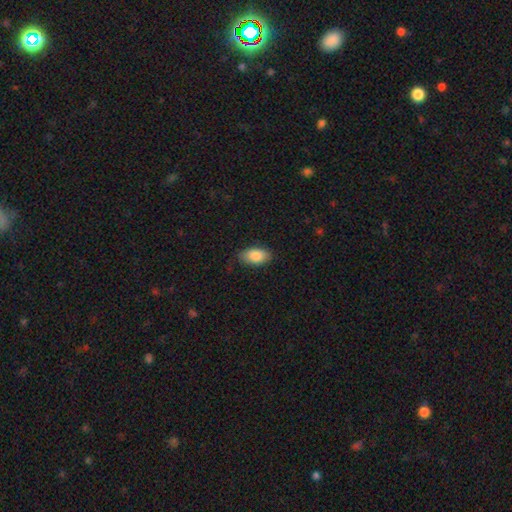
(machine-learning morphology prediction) type=smooth (85%); roundness=in between (93%); merging=none (85%).